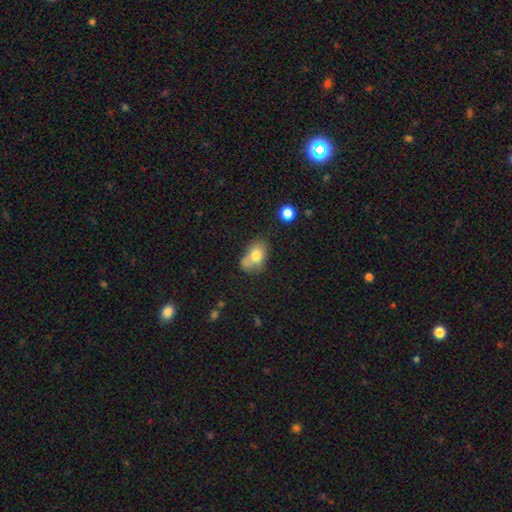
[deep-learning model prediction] smooth 75%, featured or disk 15%, star or artifact 9%. Down the decision tree: how rounded — in between (77%); merging — none (45%).